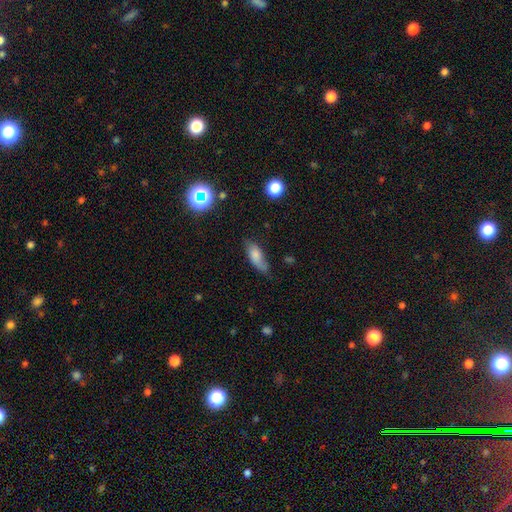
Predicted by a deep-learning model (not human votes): smooth_or_featured: smooth (p=0.73) [alt: featured or disk p=0.19]
how_rounded: in between (p=0.75) [alt: cigar-shaped p=0.22]
merging: none (p=0.57) [alt: minor disturbance p=0.31]